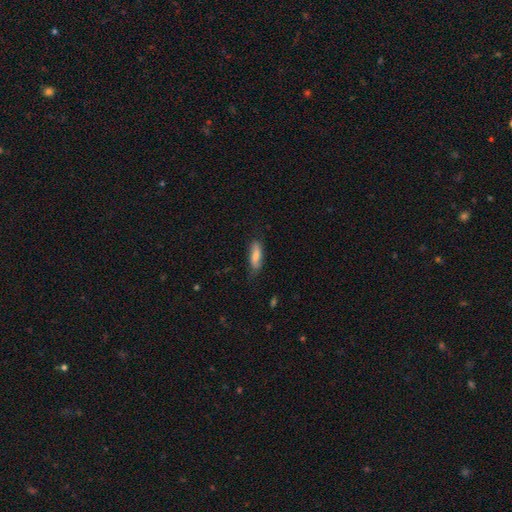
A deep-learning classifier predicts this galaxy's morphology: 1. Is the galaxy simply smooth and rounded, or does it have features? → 75% smooth, 19% featured or disk, 6% star or artifact.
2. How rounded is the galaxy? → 52% in between, 46% cigar-shaped, 2% round.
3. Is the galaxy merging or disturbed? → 70% none, 24% minor disturbance, 5% major disturbance, 2% merger.